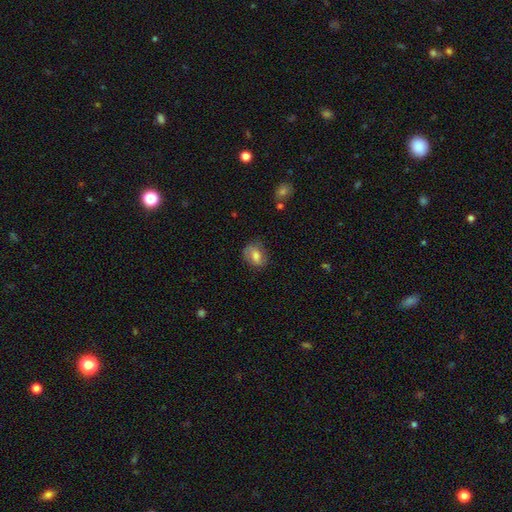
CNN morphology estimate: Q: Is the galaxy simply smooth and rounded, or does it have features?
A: smooth — 65%.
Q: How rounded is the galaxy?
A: in between — 65%.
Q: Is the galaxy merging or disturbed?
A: none — 70%.